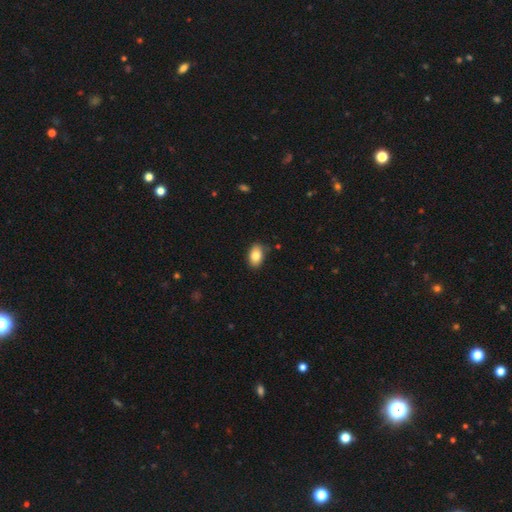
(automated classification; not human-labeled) Overall: smooth (84%). How rounded: in between (88%). Merging: none (83%).